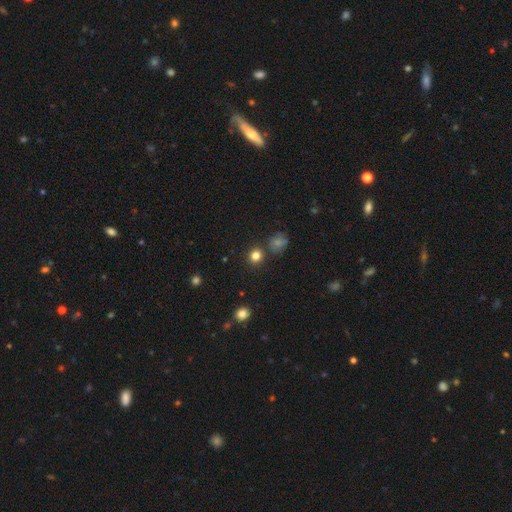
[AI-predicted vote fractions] smooth-or-featured: smooth: 81% | star or artifact: 14% | featured or disk: 5%
  how-rounded: round: 88% | in between: 11% | cigar-shaped: 1%
  merging: none: 82% | minor disturbance: 8% | merger: 7% | major disturbance: 3%